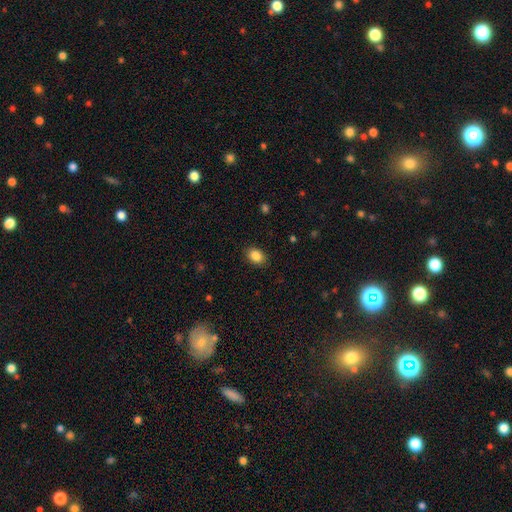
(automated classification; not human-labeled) A smooth galaxy with no disk features (86%) that is in between round and cigar-shaped (70%).

Vote fractions:
- Smooth or featured? smooth: 86% / star or artifact: 9% / featured or disk: 5%
- How rounded? in between: 70% / round: 29% / cigar-shaped: 1%
- Merging? none: 88% / minor disturbance: 8% / major disturbance: 2% / merger: 1%